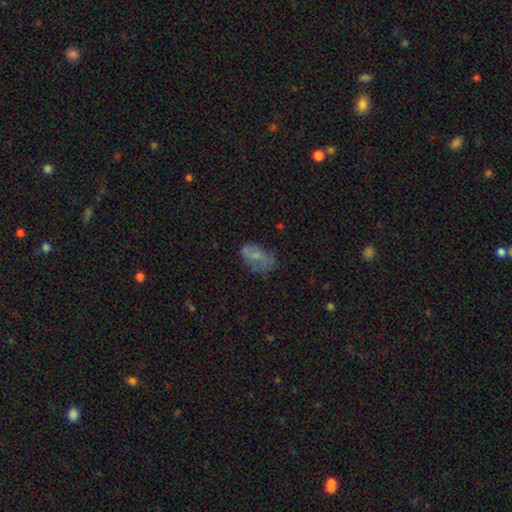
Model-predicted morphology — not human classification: Smooth or featured: smooth — 59% (featured or disk — 30%)
How rounded: in between — 89% (round — 8%)
Merging: none — 50% (minor disturbance — 29%)